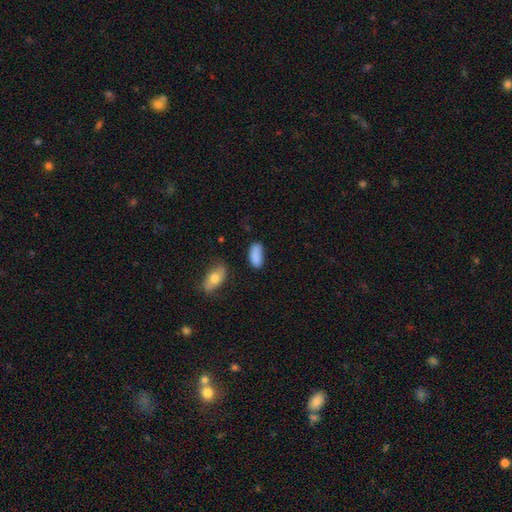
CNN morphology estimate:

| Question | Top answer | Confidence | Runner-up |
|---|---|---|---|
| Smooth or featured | smooth | 87% | star or artifact (8%) |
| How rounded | in between | 87% | cigar-shaped (10%) |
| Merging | none | 69% | minor disturbance (22%) |